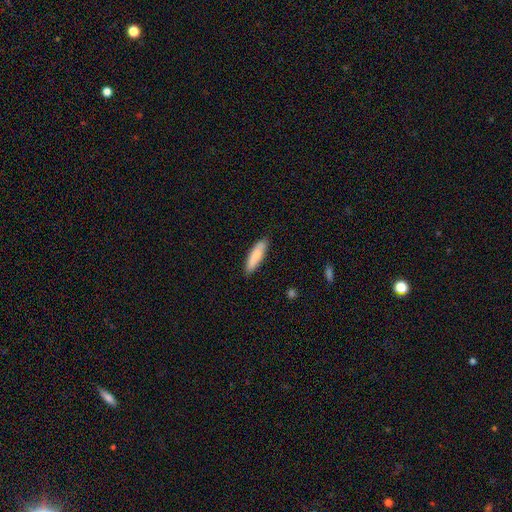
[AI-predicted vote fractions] A smooth galaxy with no disk features (83%) that is cigar-shaped (68%). Merging: none (85%).